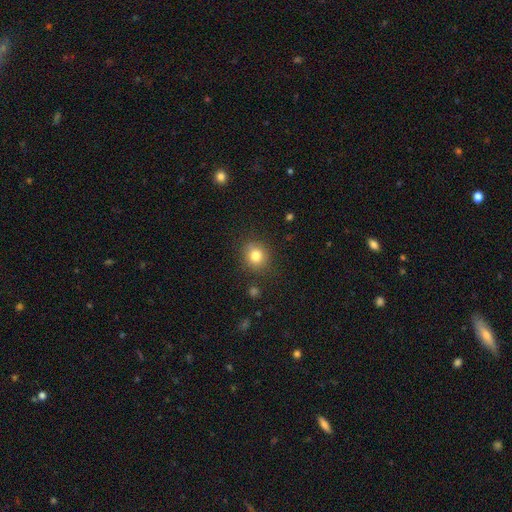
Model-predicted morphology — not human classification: A smooth galaxy with no disk features (81%) that is round (84%). Merging: none (85%).